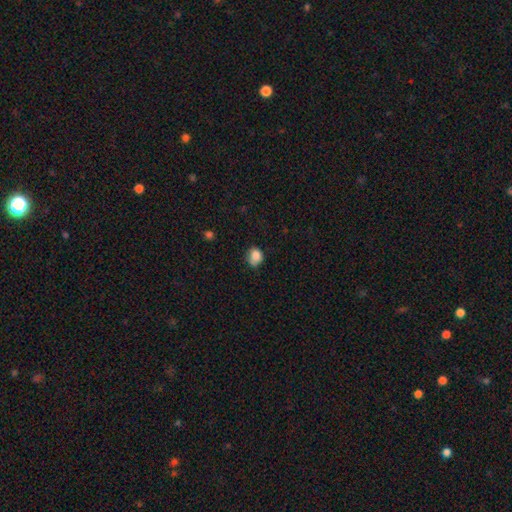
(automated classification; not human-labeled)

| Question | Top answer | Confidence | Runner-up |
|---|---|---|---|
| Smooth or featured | smooth | 83% | star or artifact (10%) |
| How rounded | round | 63% | in between (36%) |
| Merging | none | 57% | minor disturbance (32%) |